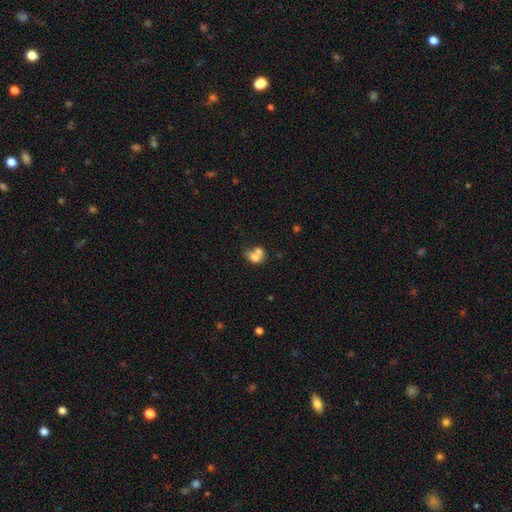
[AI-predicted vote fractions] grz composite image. It shows a smooth galaxy with no disk features (69%) that is in between round and cigar-shaped (50%). Merging: merger (63%).